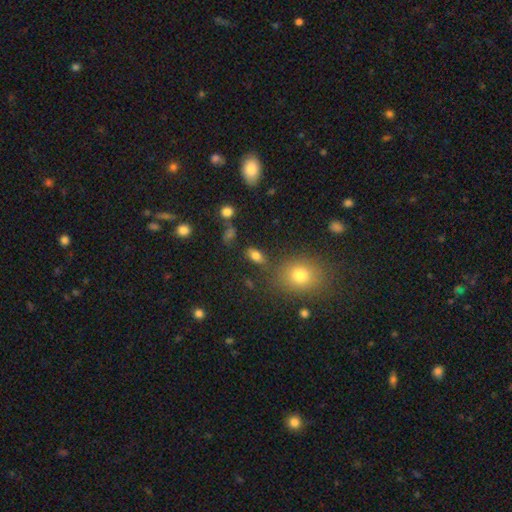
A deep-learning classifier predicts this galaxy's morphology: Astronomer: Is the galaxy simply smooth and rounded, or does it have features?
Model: smooth — 79%.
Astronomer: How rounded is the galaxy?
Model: in between — 86%.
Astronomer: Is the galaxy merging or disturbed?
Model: none — 75%.